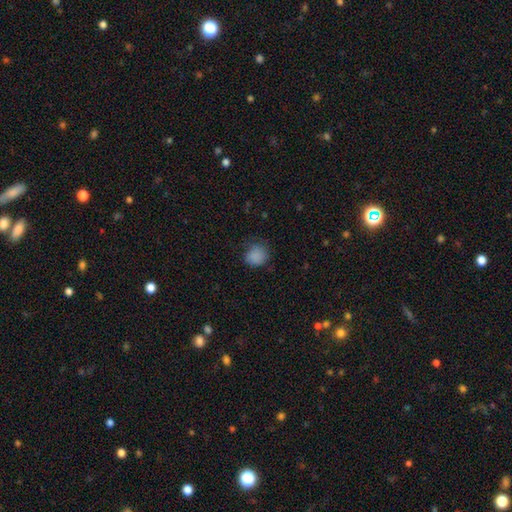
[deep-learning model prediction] smooth_or_featured: smooth (p=0.85) [alt: star or artifact p=0.11]
how_rounded: round (p=0.79) [alt: in between p=0.20]
merging: none (p=0.66) [alt: minor disturbance p=0.24]